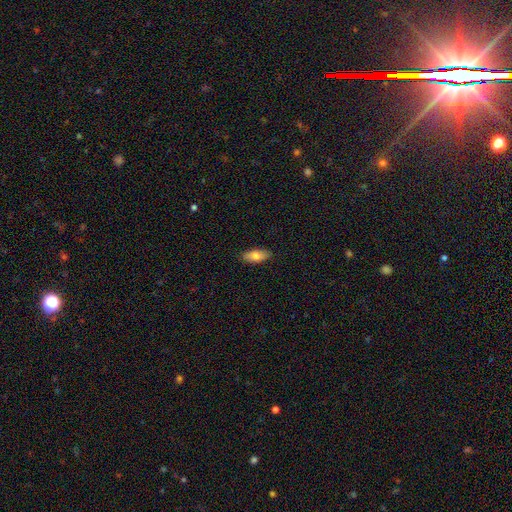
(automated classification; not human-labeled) Smooth or featured: smooth — 77% (featured or disk — 17%)
How rounded: in between — 81% (cigar-shaped — 16%)
Merging: none — 88% (minor disturbance — 10%)